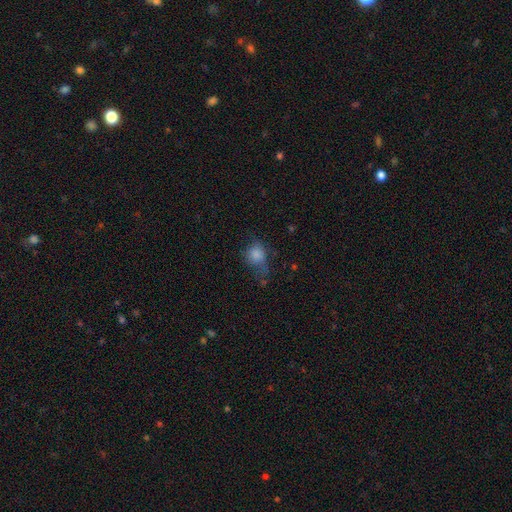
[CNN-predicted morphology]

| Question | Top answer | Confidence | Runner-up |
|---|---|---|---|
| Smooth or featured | smooth | 69% | featured or disk (16%) |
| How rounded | round | 61% | in between (37%) |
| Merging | none | 42% | minor disturbance (29%) |